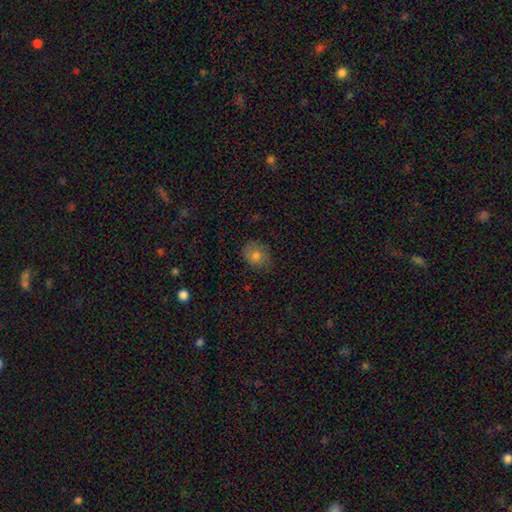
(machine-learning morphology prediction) A smooth galaxy with no disk features (77%) that is round (61%). Merging: none (77%).